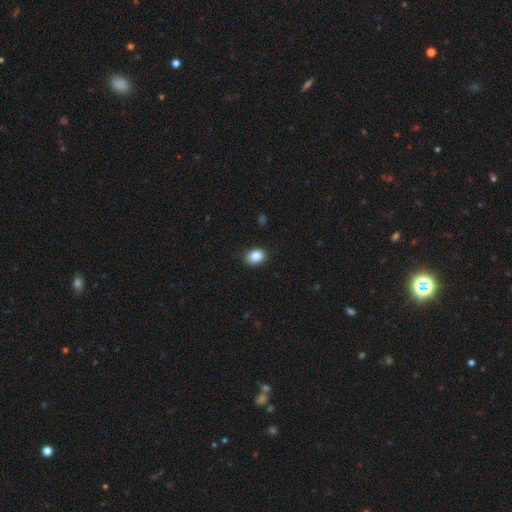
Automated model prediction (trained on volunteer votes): Q: Smooth or featured?
A: smooth (85%); runner-up: star or artifact (9%)
Q: How rounded?
A: in between (66%); runner-up: round (33%)
Q: Merging?
A: none (87%); runner-up: minor disturbance (10%)